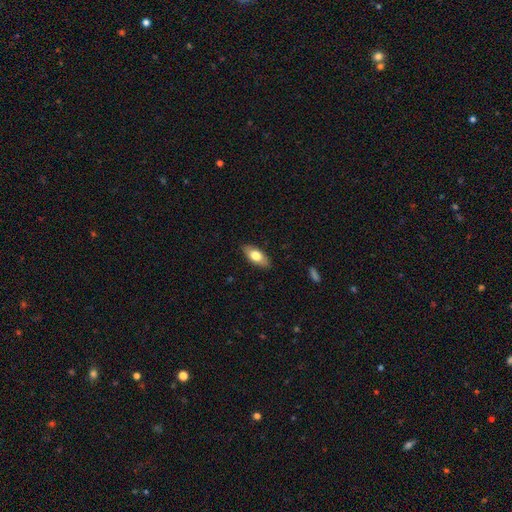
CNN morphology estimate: A smooth galaxy with no disk features (73%) that is in between round and cigar-shaped (86%).

Vote fractions:
- Smooth or featured? smooth: 73% / featured or disk: 21% / star or artifact: 6%
- How rounded? in between: 86% / cigar-shaped: 11% / round: 3%
- Merging? none: 86% / minor disturbance: 11% / major disturbance: 2% / merger: 1%